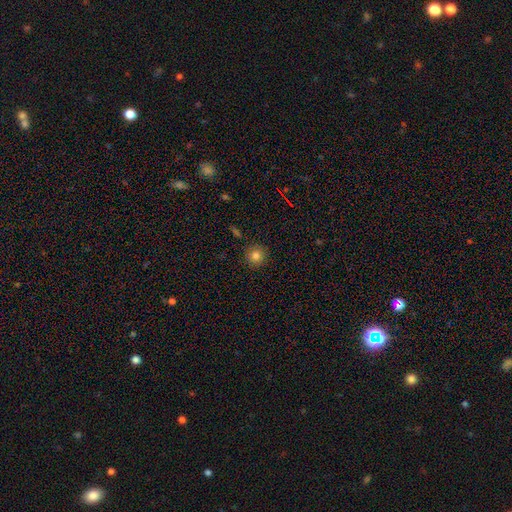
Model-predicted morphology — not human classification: Smooth or featured: smooth — 81% (star or artifact — 12%)
How rounded: round — 94% (in between — 5%)
Merging: none — 90% (minor disturbance — 6%)